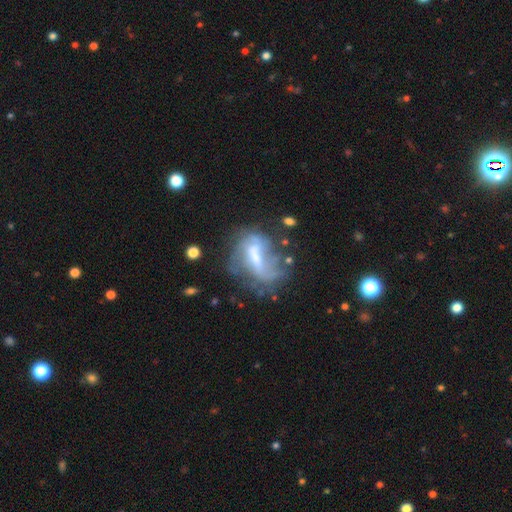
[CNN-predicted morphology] Smooth or featured?
  - featured or disk: 65% *
  - smooth: 25%
  - star or artifact: 11%
Edge-on disk?
  - no: 92% *
  - yes: 8%
Bar?
  - strong: 41% *
  - weak: 39%
  - no: 20%
Spiral arms?
  - yes: 58% *
  - no: 42%
Bulge size?
  - moderate: 39% *
  - small: 29%
  - none: 21%
  - large: 9%
  - dominant: 2%
Merging?
  - none: 41% *
  - major disturbance: 27%
  - minor disturbance: 24%
  - merger: 8%